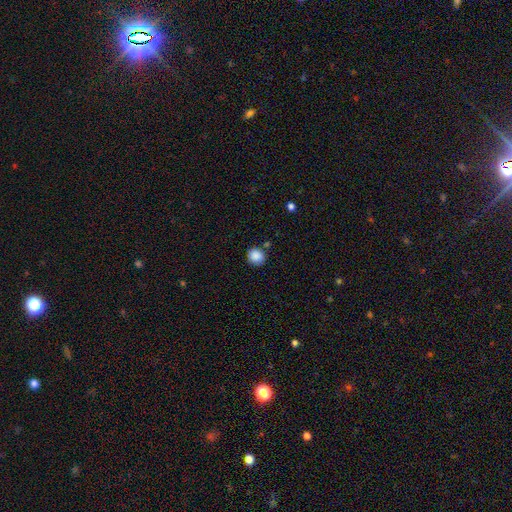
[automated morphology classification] smooth 88%, star or artifact 9%, featured or disk 3%. Down the decision tree: how rounded — round (89%); merging — none (84%).